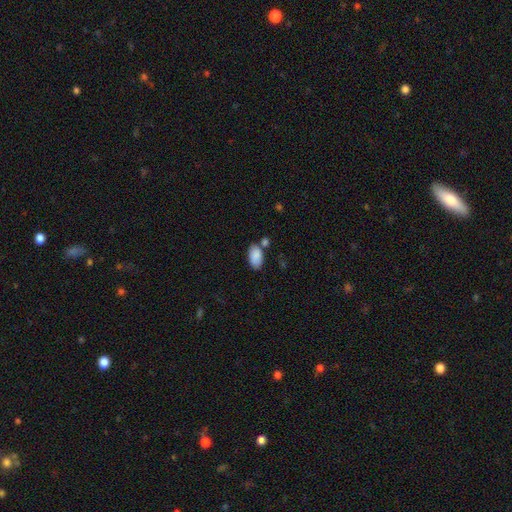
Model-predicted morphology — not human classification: This appears to be a smooth galaxy with no disk features (88%) that is in between round and cigar-shaped (94%). Merging: none (65%).